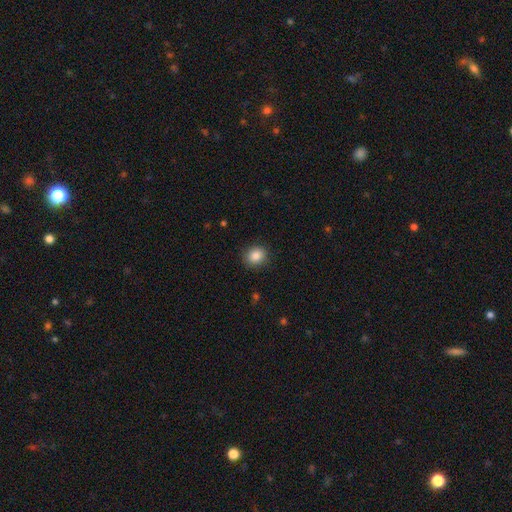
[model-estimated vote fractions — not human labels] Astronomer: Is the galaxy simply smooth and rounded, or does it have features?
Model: smooth — 86%.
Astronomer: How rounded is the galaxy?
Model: round — 75%.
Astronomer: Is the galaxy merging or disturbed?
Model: none — 89%.